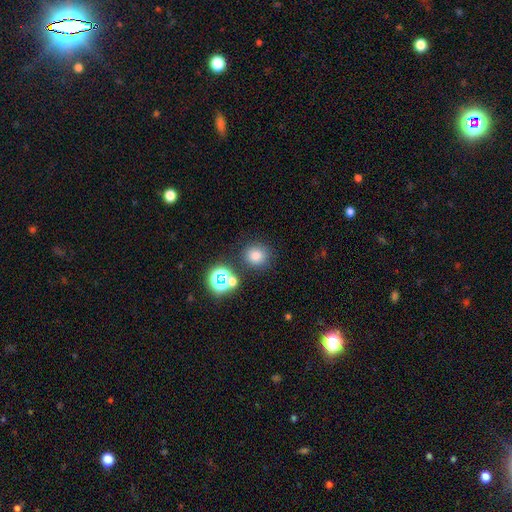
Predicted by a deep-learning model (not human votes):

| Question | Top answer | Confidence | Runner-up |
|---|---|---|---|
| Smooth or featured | smooth | 76% | star or artifact (18%) |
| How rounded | round | 84% | in between (15%) |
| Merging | none | 79% | minor disturbance (9%) |